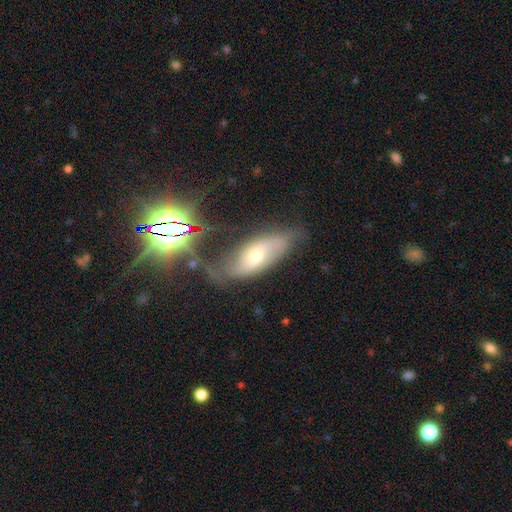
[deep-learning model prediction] Morphology: type=featured or disk (53%); edge-on=no (84%); merging=none (57%).